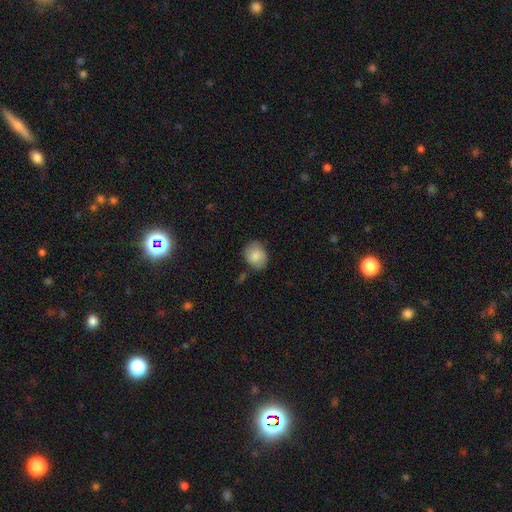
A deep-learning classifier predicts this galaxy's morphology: smooth_or_featured: smooth (p=0.77) [alt: featured or disk p=0.16]
how_rounded: round (p=0.58) [alt: in between p=0.41]
merging: none (p=0.68) [alt: minor disturbance p=0.23]